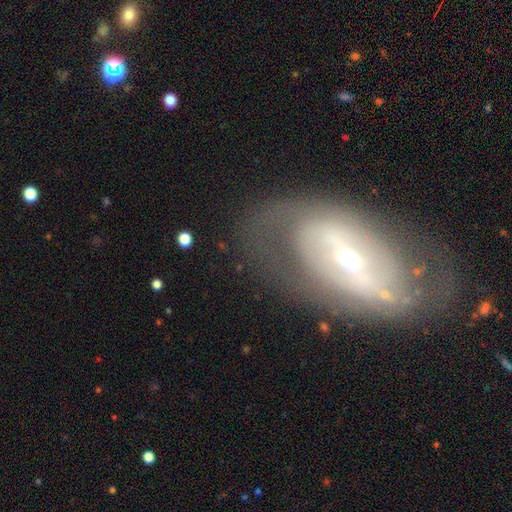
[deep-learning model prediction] A featured or disk galaxy (71%) with no bar (34%), spiral arms (56%) and a small central bulge (56%).

Vote fractions:
- Smooth or featured? featured or disk: 71% / smooth: 20% / star or artifact: 9%
- Edge-on disk? no: 91% / yes: 9%
- Bar? no: 34% / weak: 33% / strong: 32%
- Spiral arms? yes: 56% / no: 44%
- Bulge size? small: 56% / moderate: 39% / large: 3% / dominant: 1% / none: 1%
- Merging? none: 60% / minor disturbance: 20% / major disturbance: 16% / merger: 4%